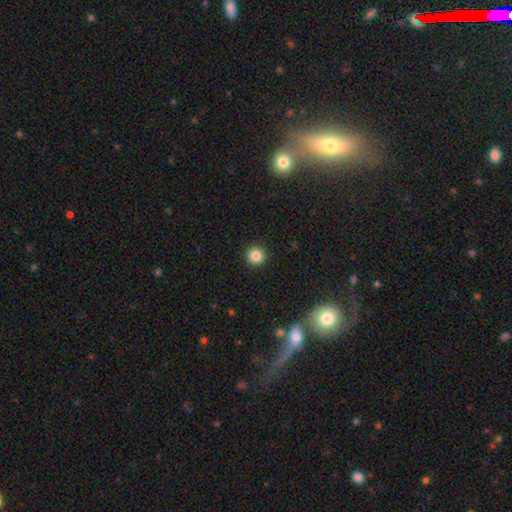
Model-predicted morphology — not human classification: smooth 85%, star or artifact 11%, featured or disk 4%. Down the decision tree: how rounded — round (95%); merging — none (92%).